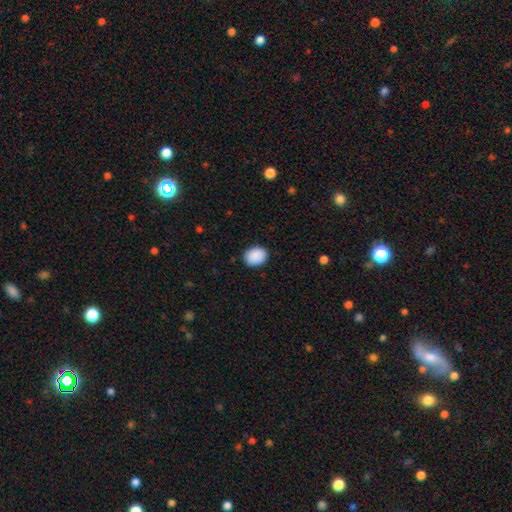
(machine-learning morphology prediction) A smooth galaxy with no disk features (90%) that is in between round and cigar-shaped (58%). Merging: none (88%).